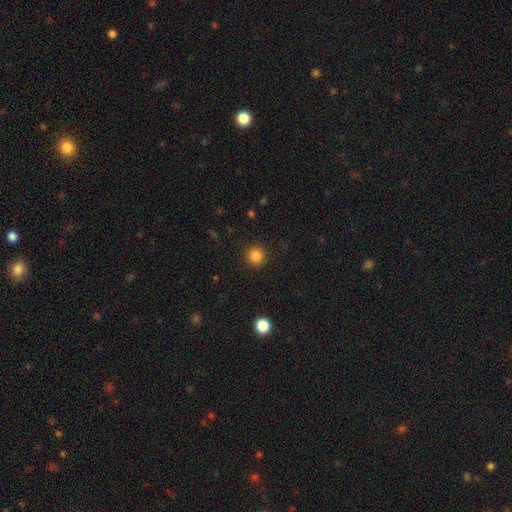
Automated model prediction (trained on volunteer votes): Smooth or featured: smooth — 84% (star or artifact — 11%)
How rounded: round — 94% (in between — 5%)
Merging: none — 92% (minor disturbance — 5%)